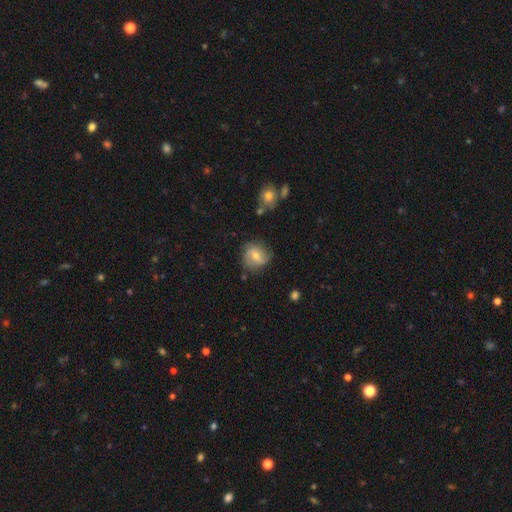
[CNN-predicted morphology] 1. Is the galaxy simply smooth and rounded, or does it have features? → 51% featured or disk, 41% smooth, 8% star or artifact.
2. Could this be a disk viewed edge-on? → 96% no, 4% yes.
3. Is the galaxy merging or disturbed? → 70% none, 20% minor disturbance, 7% major disturbance, 3% merger.